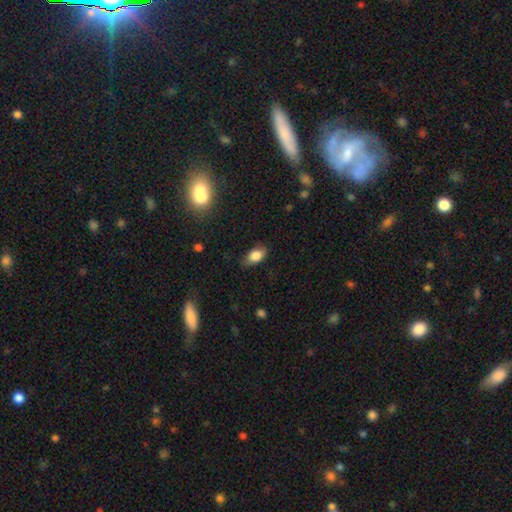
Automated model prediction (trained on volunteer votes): Overall: smooth (82%). How rounded: in between (88%). Merging: none (75%).